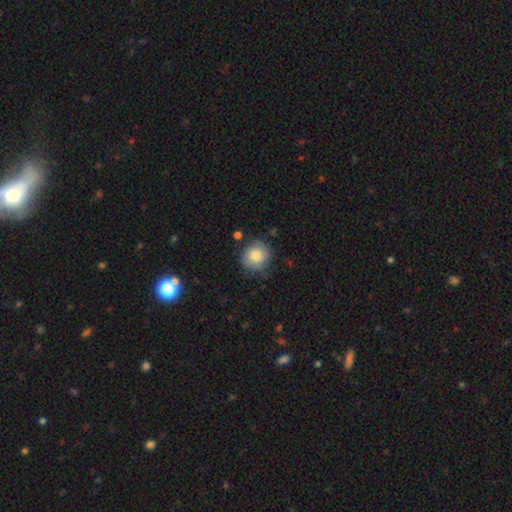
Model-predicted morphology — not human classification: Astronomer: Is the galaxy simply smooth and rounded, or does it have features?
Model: smooth — 84%.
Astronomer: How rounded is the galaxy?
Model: round — 87%.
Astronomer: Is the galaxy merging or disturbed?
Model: none — 78%.